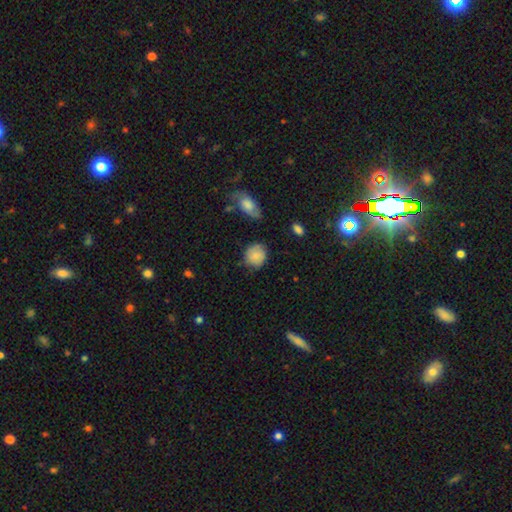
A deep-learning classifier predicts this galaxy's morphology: smooth 78%, featured or disk 14%, star or artifact 8%. Down the decision tree: how rounded — round (79%); merging — none (69%).